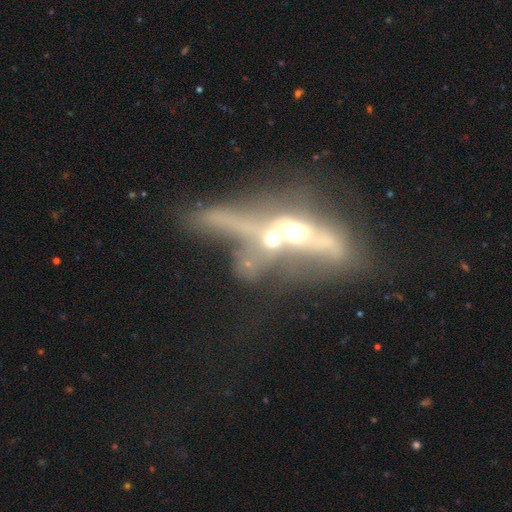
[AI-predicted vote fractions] Morphology: type=featured or disk (57%); edge-on=no (63%); merging=merger (59%).